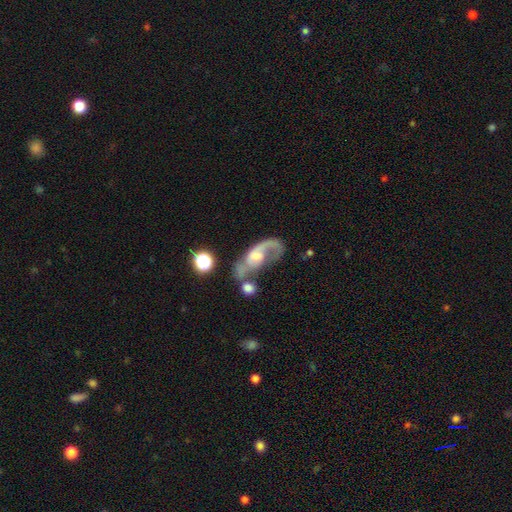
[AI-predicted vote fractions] Overall: featured or disk (76%). Edge-on disk: no (92%). Bar: no (58%; weak 33%). Spiral arms: yes (86%). Spiral arm count: 2 (56%; 1 33%). Spiral winding: loose (48%; medium 38%). Bulge size: moderate (48%; small 32%). Merging: none (34%; major disturbance 26%).